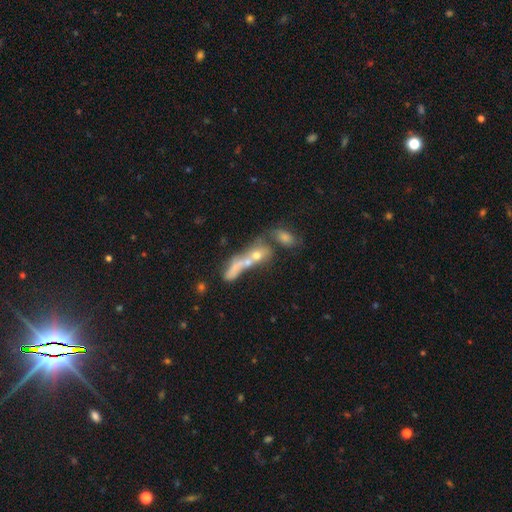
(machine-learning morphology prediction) Q: Smooth or featured?
A: smooth (45%); runner-up: featured or disk (40%)
Q: Merging?
A: merger (57%); runner-up: none (21%)